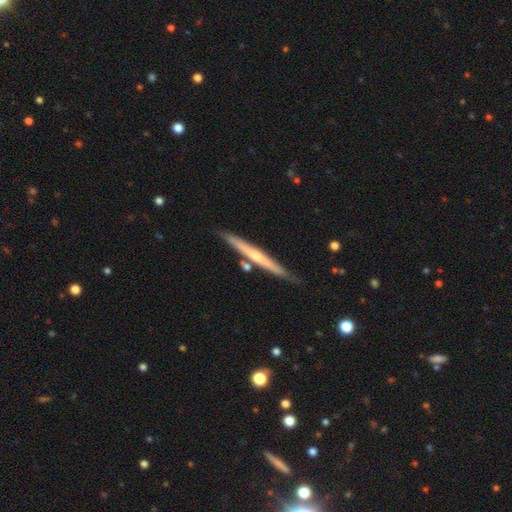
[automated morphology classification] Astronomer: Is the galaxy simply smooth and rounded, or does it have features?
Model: featured or disk — 69%.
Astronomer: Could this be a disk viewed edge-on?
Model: yes — 97%.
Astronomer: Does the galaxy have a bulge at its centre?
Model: rounded — 57% (runner-up: none, 38%).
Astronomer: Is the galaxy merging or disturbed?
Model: none — 86%.